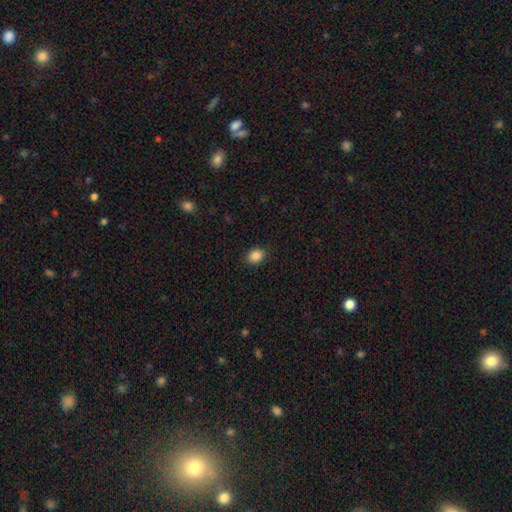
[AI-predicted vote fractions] Q: Smooth or featured?
A: smooth (87%); runner-up: star or artifact (9%)
Q: How rounded?
A: in between (58%); runner-up: round (41%)
Q: Merging?
A: none (87%); runner-up: minor disturbance (10%)